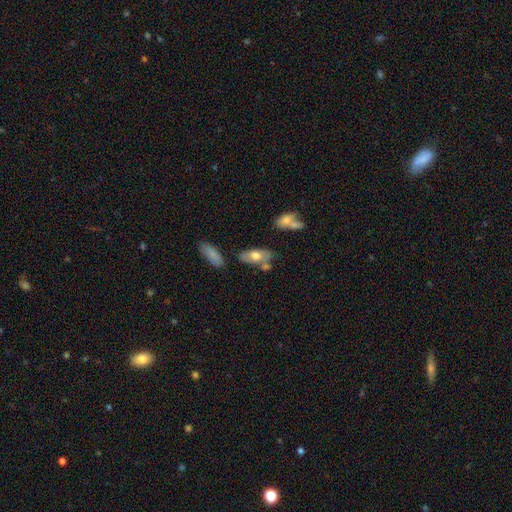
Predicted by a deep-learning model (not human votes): Smooth or featured?
  - smooth: 61% *
  - featured or disk: 32%
  - star or artifact: 6%
How rounded?
  - in between: 86% *
  - cigar-shaped: 10%
  - round: 3%
Merging?
  - none: 56% *
  - minor disturbance: 21%
  - merger: 17%
  - major disturbance: 6%